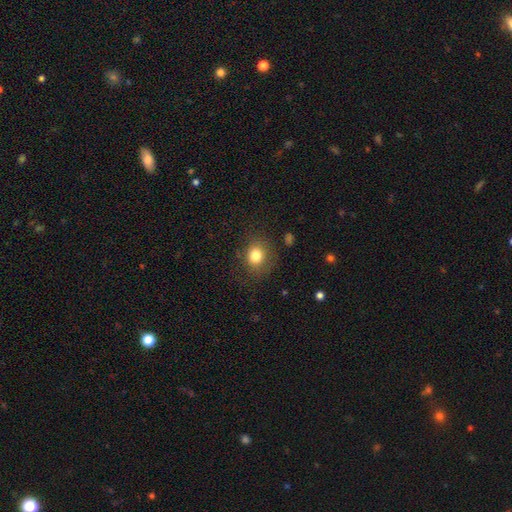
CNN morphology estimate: A smooth galaxy with no disk features (81%) that is round (70%).

Vote fractions:
- Smooth or featured? smooth: 81% / star or artifact: 11% / featured or disk: 8%
- How rounded? round: 70% / in between: 29% / cigar-shaped: 1%
- Merging? none: 77% / minor disturbance: 15% / major disturbance: 6% / merger: 2%